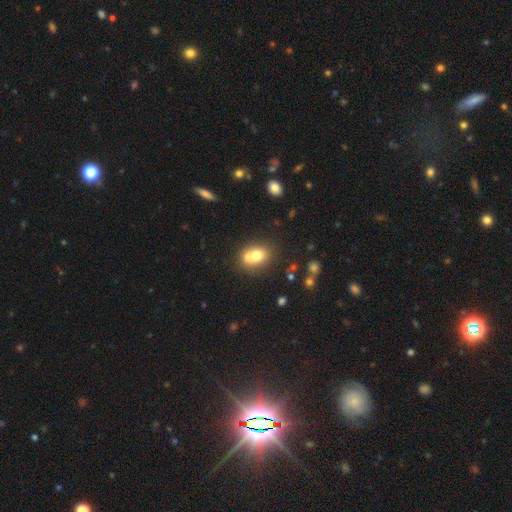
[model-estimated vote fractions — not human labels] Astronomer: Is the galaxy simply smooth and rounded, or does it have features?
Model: smooth — 69%.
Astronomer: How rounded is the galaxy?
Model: round — 52% (runner-up: in between, 47%).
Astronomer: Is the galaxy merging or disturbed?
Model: merger — 51% (runner-up: none, 37%).